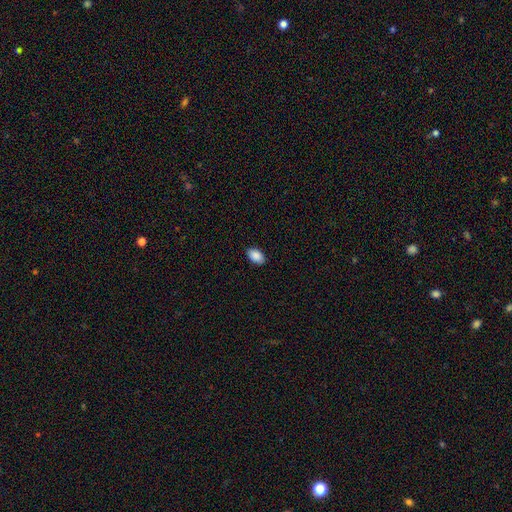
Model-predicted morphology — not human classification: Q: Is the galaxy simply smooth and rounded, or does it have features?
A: smooth — 90%.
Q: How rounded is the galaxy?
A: in between — 92%.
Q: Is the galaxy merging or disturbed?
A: none — 89%.